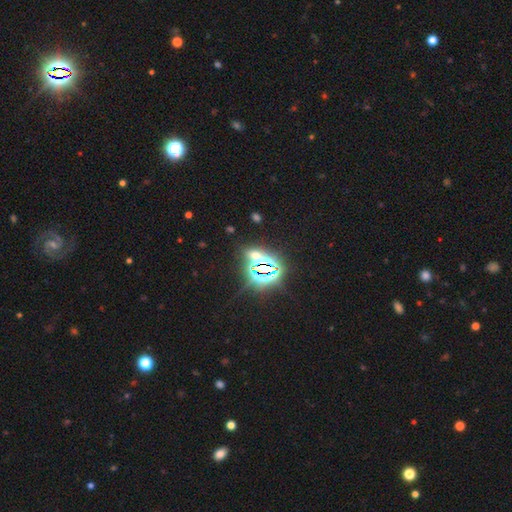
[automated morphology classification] This appears to be a star or artifact, not a galaxy (69%).